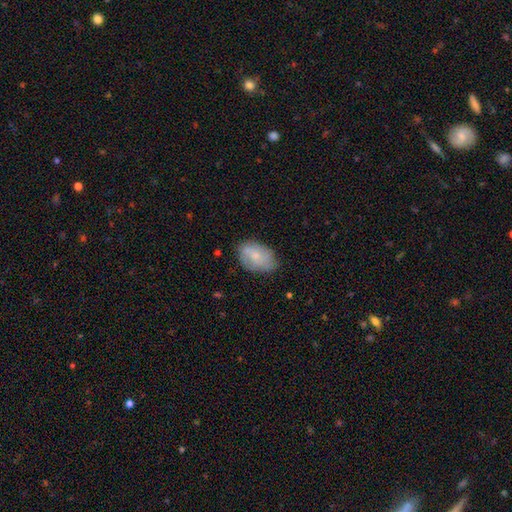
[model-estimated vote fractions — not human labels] Smooth or featured? Predicted: smooth (p=0.58). How rounded? Predicted: in between (p=0.85). Merging? Predicted: none (p=0.69).